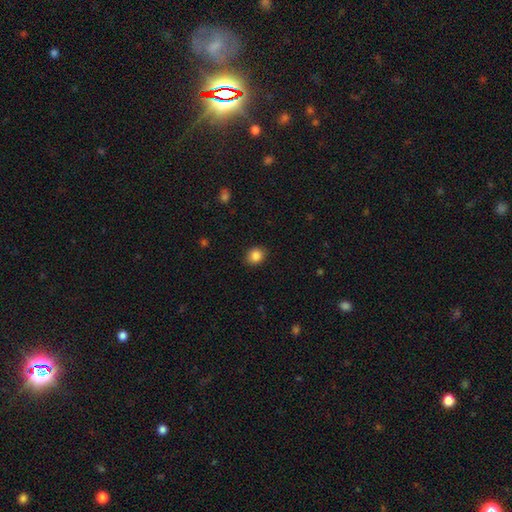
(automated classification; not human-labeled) Smooth or featured? Predicted: smooth (p=0.86). How rounded? Predicted: round (p=0.66). Merging? Predicted: none (p=0.89).